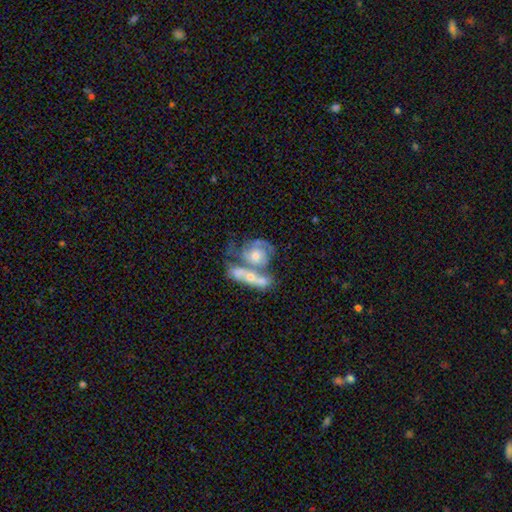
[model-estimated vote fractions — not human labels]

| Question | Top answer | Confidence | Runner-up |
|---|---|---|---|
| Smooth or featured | featured or disk | 71% | smooth (23%) |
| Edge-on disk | no | 93% | yes (7%) |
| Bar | no | 77% | weak (19%) |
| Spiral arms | yes | 80% | no (20%) |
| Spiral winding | tight | 48% | medium (37%) |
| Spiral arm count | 2 | 46% | can't tell (29%) |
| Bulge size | moderate | 59% | small (25%) |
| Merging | merger | 63% | none (18%) |